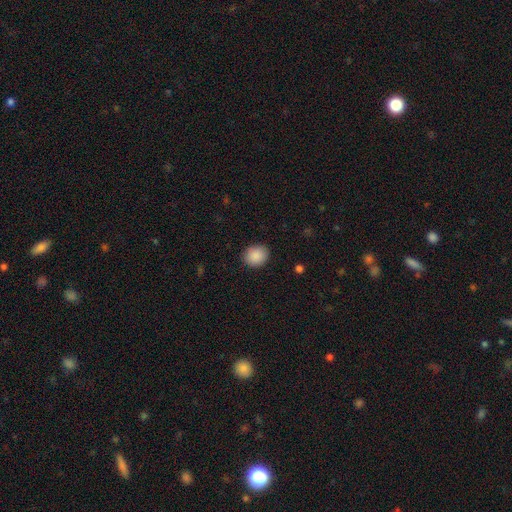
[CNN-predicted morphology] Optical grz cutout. It shows a smooth galaxy with no disk features (89%) that is round (68%). Merging: none (88%).